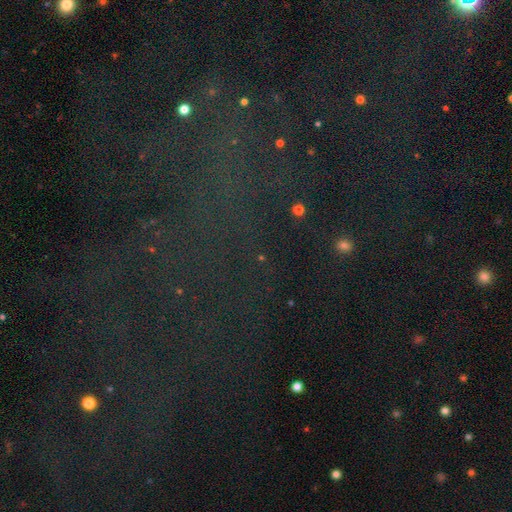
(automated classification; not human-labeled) The model was most divided on "smooth or featured": star or artifact: 75%, smooth: 14%, featured or disk: 11%.